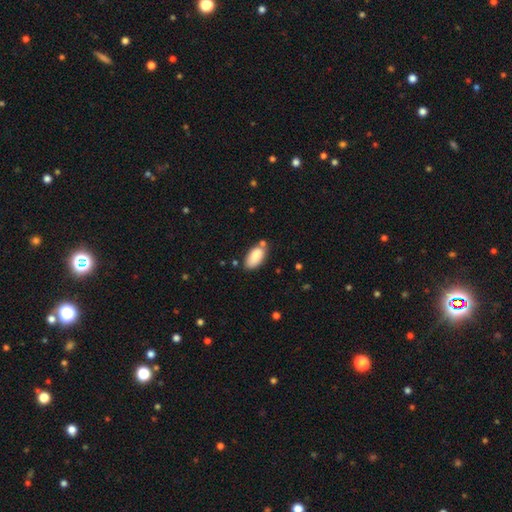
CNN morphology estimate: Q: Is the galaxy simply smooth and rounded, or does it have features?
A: smooth — 86%.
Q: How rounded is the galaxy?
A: in between — 93%.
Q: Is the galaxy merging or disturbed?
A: none — 65%.